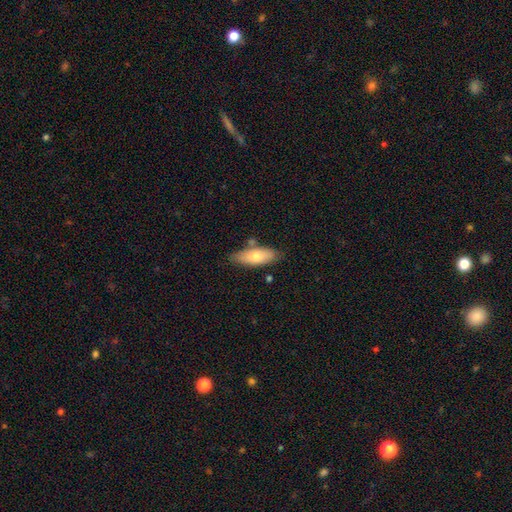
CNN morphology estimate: A smooth galaxy with no disk features (71%) that is in between round and cigar-shaped (76%).

Vote fractions:
- Smooth or featured? smooth: 71% / featured or disk: 23% / star or artifact: 6%
- How rounded? in between: 76% / cigar-shaped: 22% / round: 3%
- Merging? none: 74% / minor disturbance: 15% / merger: 8% / major disturbance: 3%